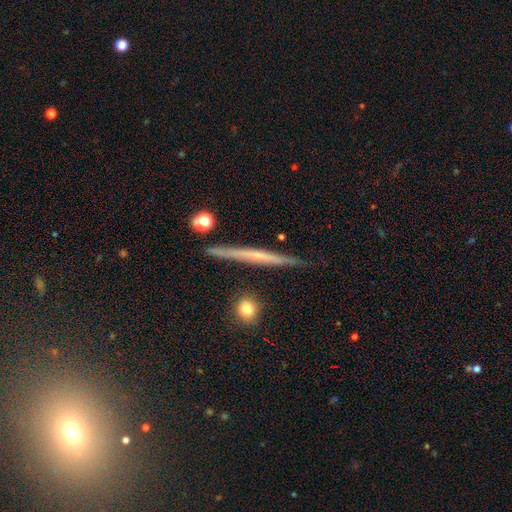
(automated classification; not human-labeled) This appears to be a featured or disk galaxy (60%) viewed edge-on (97%) with no central bulge (77%). Merging: none (87%).